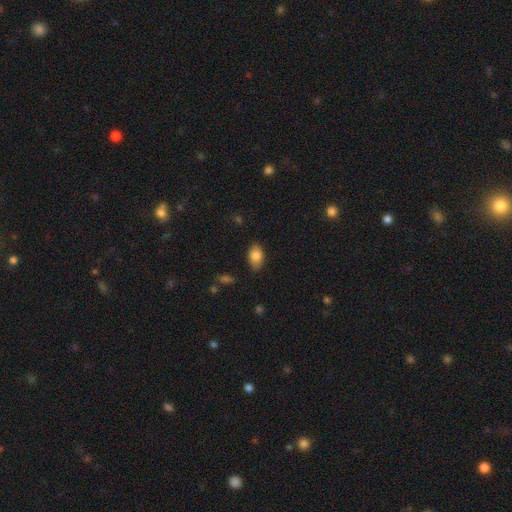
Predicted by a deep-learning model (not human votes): Q: Smooth or featured?
A: smooth (84%); runner-up: featured or disk (8%)
Q: How rounded?
A: in between (90%); runner-up: round (8%)
Q: Merging?
A: none (83%); runner-up: minor disturbance (13%)